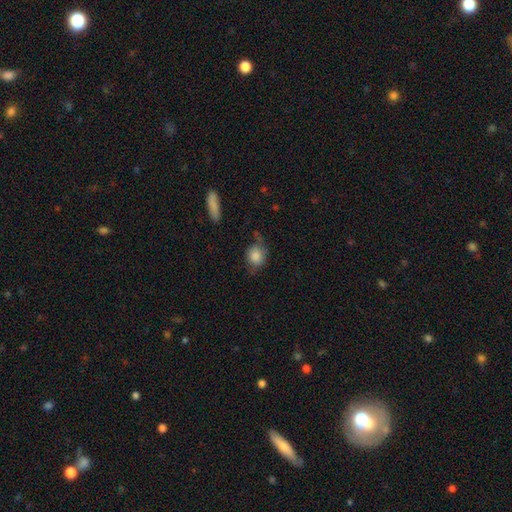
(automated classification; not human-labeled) smooth-or-featured: smooth: 81% | featured or disk: 11% | star or artifact: 8%
  how-rounded: round: 64% | in between: 35% | cigar-shaped: 2%
  merging: none: 53% | minor disturbance: 30% | major disturbance: 12% | merger: 4%